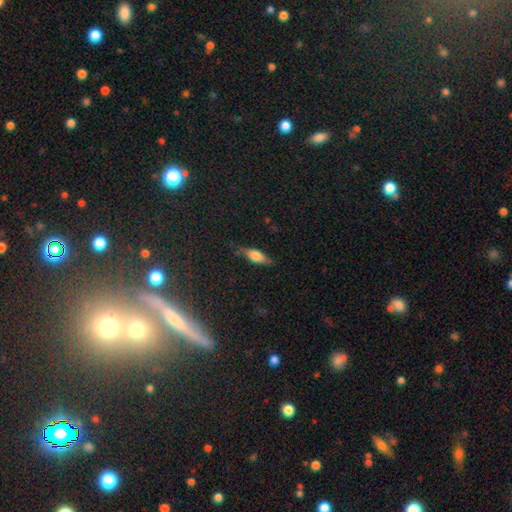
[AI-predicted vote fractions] Smooth or featured? smooth (59%)
How rounded? in between (60%)
Merging? none (71%)